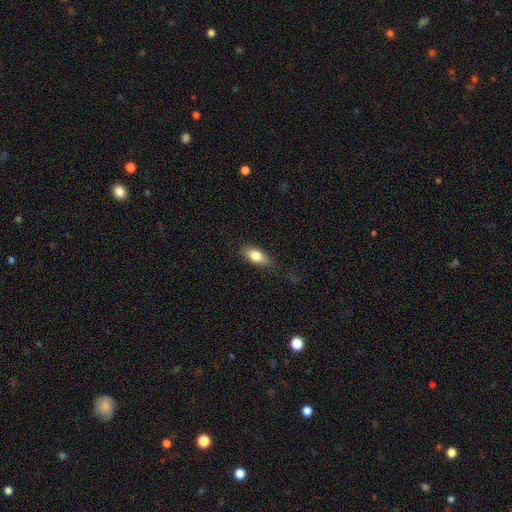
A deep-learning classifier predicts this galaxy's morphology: Q: Smooth or featured?
A: smooth (78%); runner-up: featured or disk (15%)
Q: How rounded?
A: in between (83%); runner-up: cigar-shaped (12%)
Q: Merging?
A: none (78%); runner-up: minor disturbance (16%)